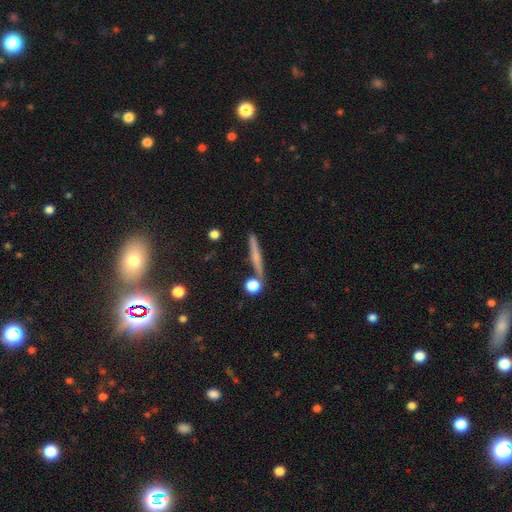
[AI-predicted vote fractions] Overall: smooth (48%; featured or disk 42%). Merging: none (84%).